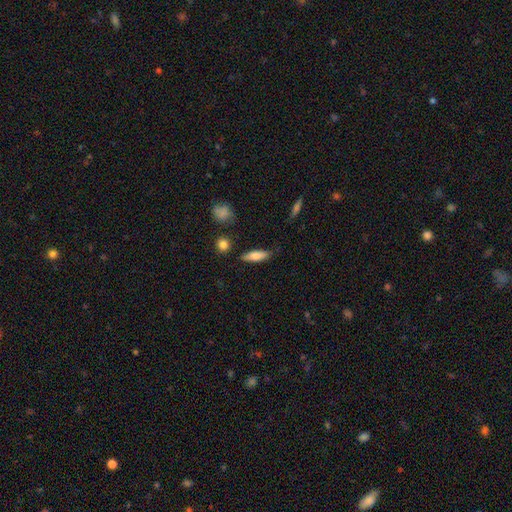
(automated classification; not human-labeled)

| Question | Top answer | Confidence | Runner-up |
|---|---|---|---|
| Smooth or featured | smooth | 76% | featured or disk (17%) |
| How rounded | cigar-shaped | 50% | in between (48%) |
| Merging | none | 80% | minor disturbance (15%) |